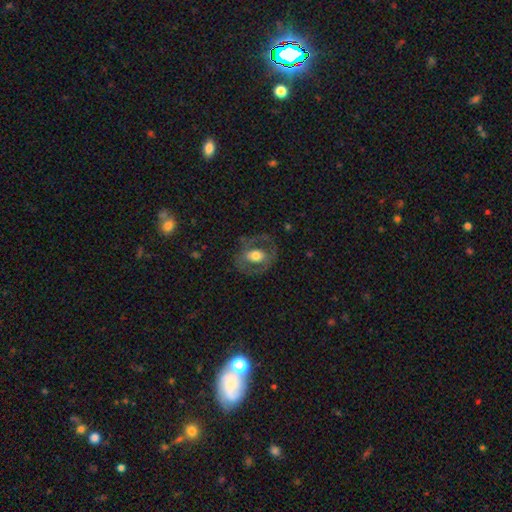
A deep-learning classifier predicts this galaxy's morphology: Smooth or featured? featured or disk (49%)
Merging? none (67%)